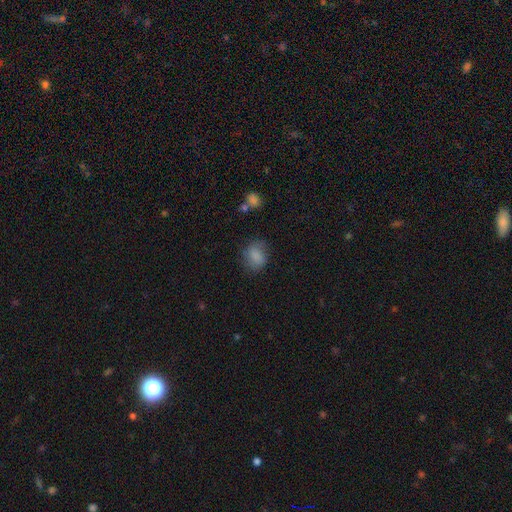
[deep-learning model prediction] Smooth or featured? Predicted: smooth (p=0.81). How rounded? Predicted: round (p=0.50). Merging? Predicted: none (p=0.66).